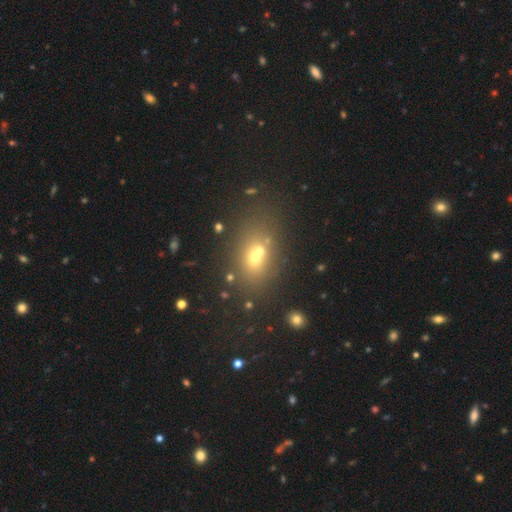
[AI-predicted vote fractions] smooth 59%, star or artifact 26%, featured or disk 15%. Down the decision tree: how rounded — in between (77%); merging — none (68%).